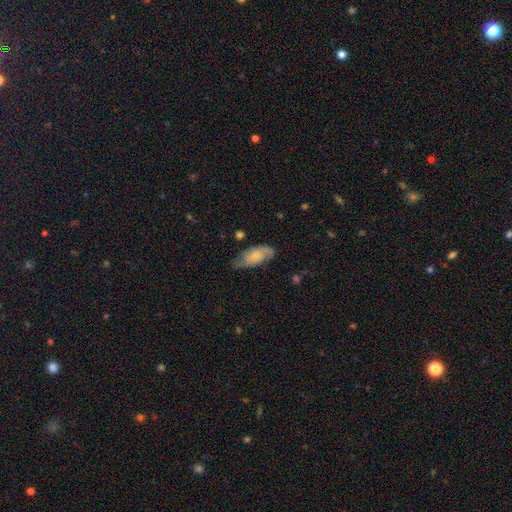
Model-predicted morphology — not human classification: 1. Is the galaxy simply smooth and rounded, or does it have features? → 48% smooth, 45% featured or disk, 7% star or artifact.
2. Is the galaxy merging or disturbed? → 63% none, 27% minor disturbance, 8% major disturbance, 2% merger.